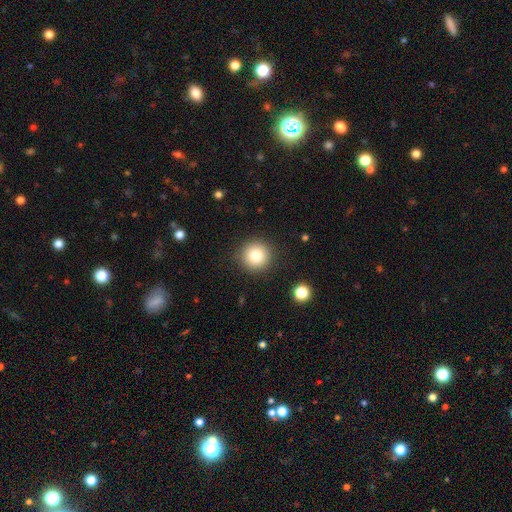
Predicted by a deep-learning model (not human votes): This appears to be a smooth galaxy with no disk features (80%) that is round (95%). Merging: none (90%).